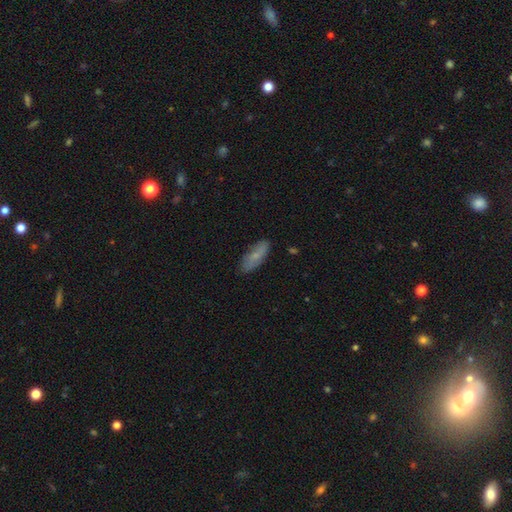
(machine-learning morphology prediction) type=smooth (71%); roundness=in between (60%); merging=none (82%).